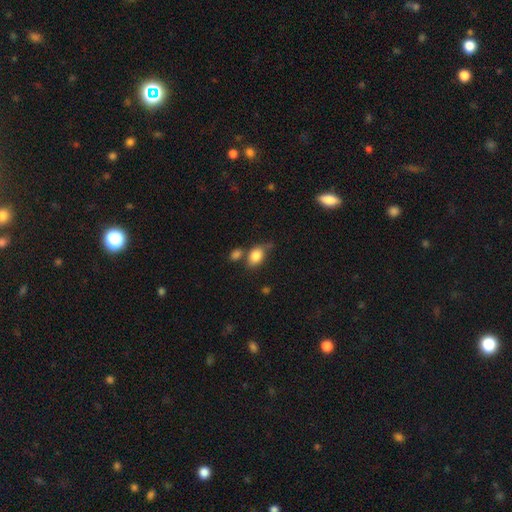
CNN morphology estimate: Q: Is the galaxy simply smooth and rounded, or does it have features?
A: smooth — 83%.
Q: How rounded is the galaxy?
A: in between — 81%.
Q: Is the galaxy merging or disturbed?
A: none — 50%.